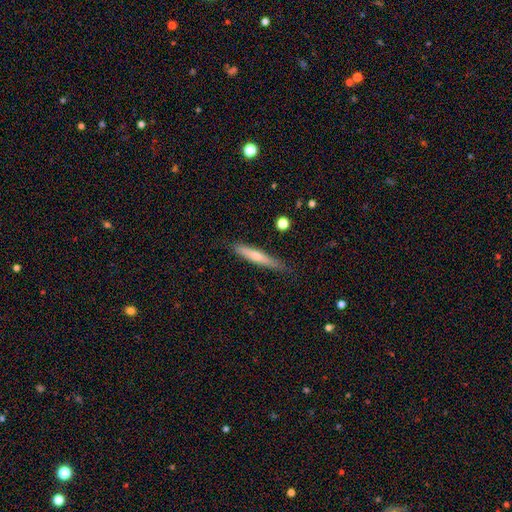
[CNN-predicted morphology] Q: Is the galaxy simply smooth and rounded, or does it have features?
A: smooth — 60%.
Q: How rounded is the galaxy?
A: cigar-shaped — 91%.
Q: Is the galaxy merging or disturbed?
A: none — 80%.